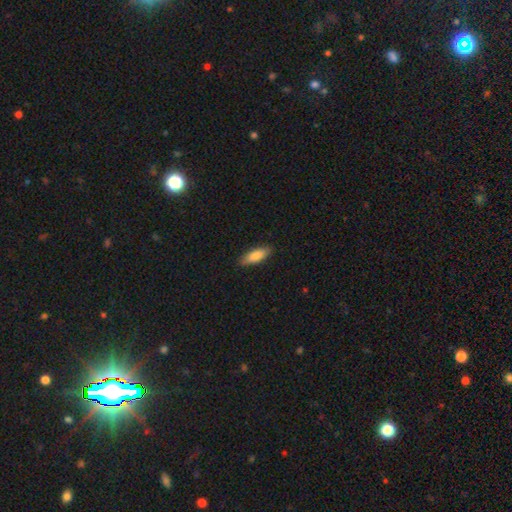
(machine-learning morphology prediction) type=smooth (82%); roundness=in between (61%); merging=none (88%).